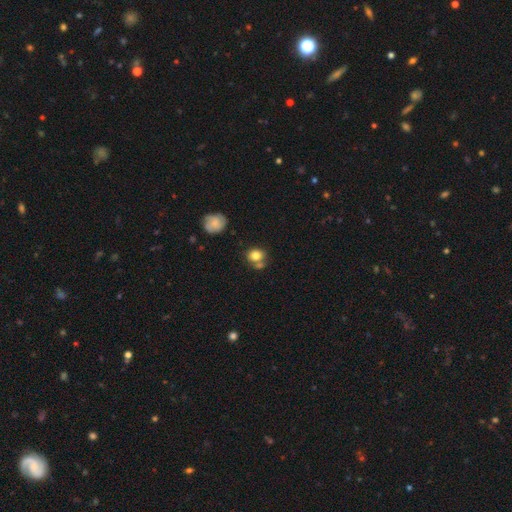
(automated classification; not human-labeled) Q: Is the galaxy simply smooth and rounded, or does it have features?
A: smooth — 81%.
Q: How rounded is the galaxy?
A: round — 66%.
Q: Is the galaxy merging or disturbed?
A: none — 55%.